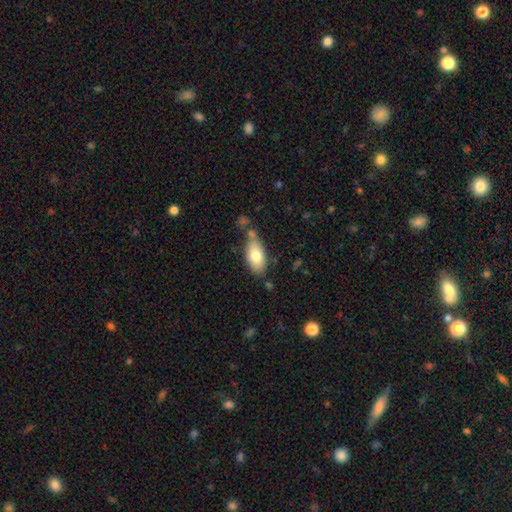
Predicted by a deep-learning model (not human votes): smooth-or-featured: smooth: 76% | featured or disk: 17% | star or artifact: 7%
  how-rounded: in between: 91% | cigar-shaped: 5% | round: 4%
  merging: none: 63% | minor disturbance: 20% | merger: 12% | major disturbance: 6%